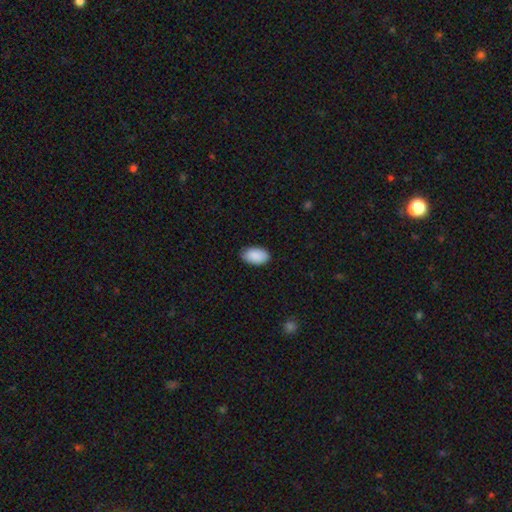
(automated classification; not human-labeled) Smooth or featured? smooth (91%)
How rounded? in between (94%)
Merging? none (84%)